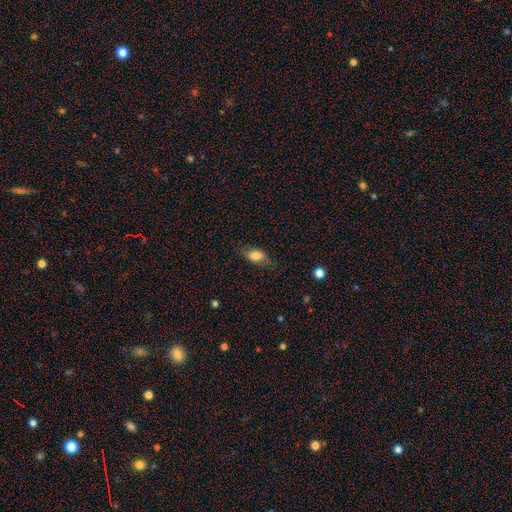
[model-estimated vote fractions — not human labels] Smooth or featured: smooth — 72% (featured or disk — 20%)
How rounded: in between — 83% (cigar-shaped — 10%)
Merging: none — 70% (minor disturbance — 21%)